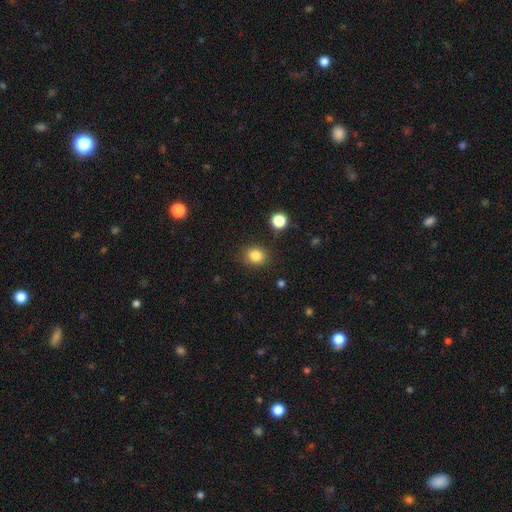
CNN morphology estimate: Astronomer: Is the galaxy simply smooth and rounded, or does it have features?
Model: smooth — 84%.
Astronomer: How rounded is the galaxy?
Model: round — 65%.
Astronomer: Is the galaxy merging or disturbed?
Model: none — 84%.